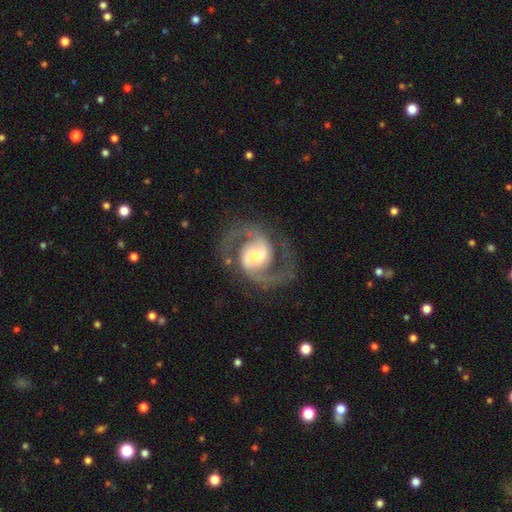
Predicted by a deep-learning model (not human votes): A featured or disk galaxy (93%) with a weak bar (45%), 2 (94%) medium (66%) spiral arms (98%) and a moderate central bulge (57%).

Vote fractions:
- Smooth or featured? featured or disk: 93% / star or artifact: 4% / smooth: 3%
- Edge-on disk? no: 98% / yes: 2%
- Bar? weak: 45% / no: 32% / strong: 24%
- Spiral arms? yes: 98% / no: 2%
- Spiral winding? medium: 66% / tight: 18% / loose: 16%
- Spiral arm count? 2: 94% / can't tell: 2% / 3: 1% / 1: 1% / 4: 1% / more than 4: 1%
- Bulge size? moderate: 57% / small: 28% / large: 11% / none: 2% / dominant: 1%
- Merging? none: 82% / minor disturbance: 11% / major disturbance: 6% / merger: 1%